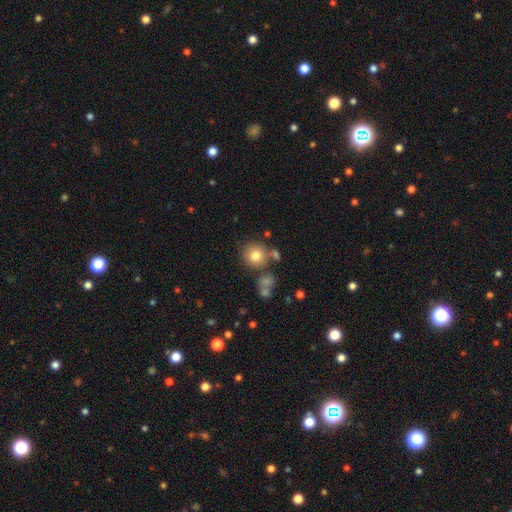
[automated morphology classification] Q: Smooth or featured?
A: smooth (79%); runner-up: star or artifact (11%)
Q: How rounded?
A: round (89%); runner-up: in between (10%)
Q: Merging?
A: none (71%); runner-up: merger (13%)